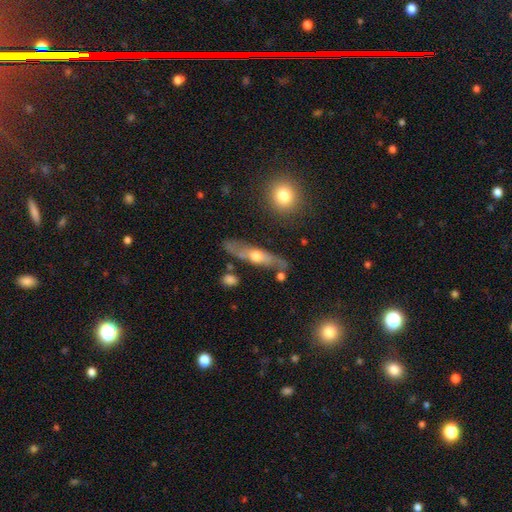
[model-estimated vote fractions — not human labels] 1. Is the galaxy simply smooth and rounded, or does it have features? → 57% featured or disk, 37% smooth, 6% star or artifact.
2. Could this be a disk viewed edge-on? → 66% yes, 34% no.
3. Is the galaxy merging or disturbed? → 65% none, 20% minor disturbance, 8% merger, 7% major disturbance.